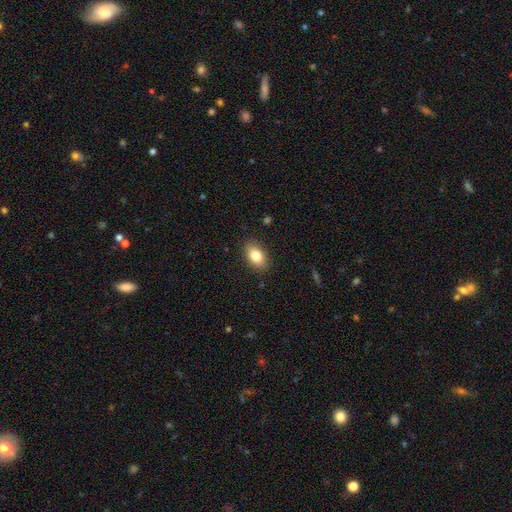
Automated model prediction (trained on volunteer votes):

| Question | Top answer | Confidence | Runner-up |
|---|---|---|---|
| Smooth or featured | smooth | 82% | featured or disk (10%) |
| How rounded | in between | 89% | round (10%) |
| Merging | none | 87% | minor disturbance (9%) |